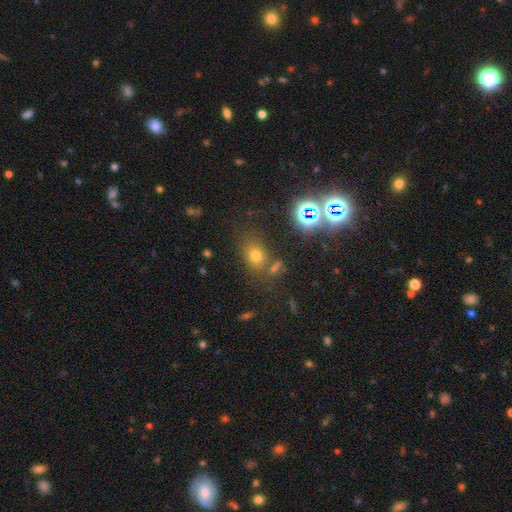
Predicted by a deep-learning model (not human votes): smooth_or_featured: smooth (p=0.63) [alt: star or artifact p=0.26]
how_rounded: in between (p=0.54) [alt: round p=0.44]
merging: none (p=0.69) [alt: minor disturbance p=0.13]